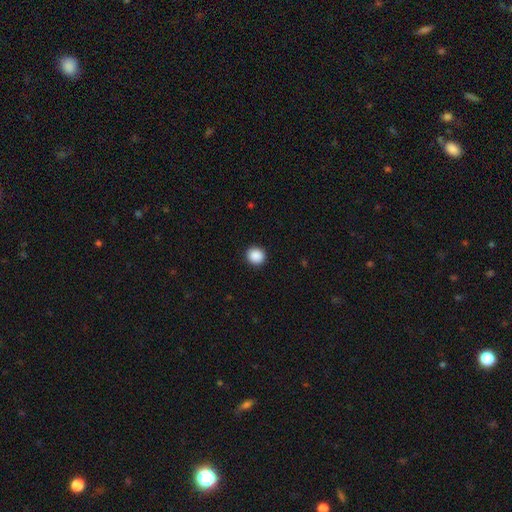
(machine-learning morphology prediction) The model was most divided on "how rounded": round: 89%, in between: 10%, cigar-shaped: 1%. More confident: merging — none (92%); smooth or featured — smooth (89%).